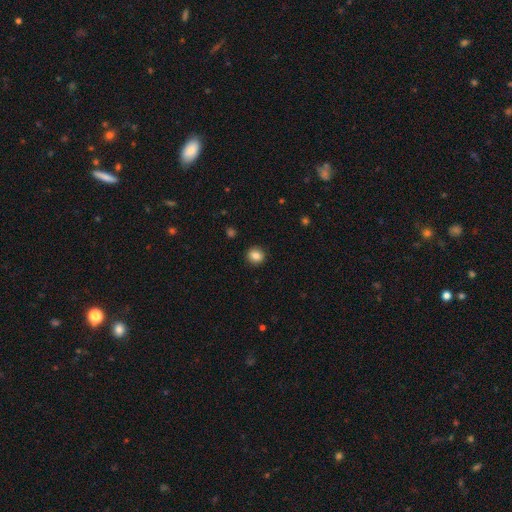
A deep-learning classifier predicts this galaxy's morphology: This is clearly a smooth galaxy (85%). How rounded: clearly round (89%). Merging: clearly none (92%).